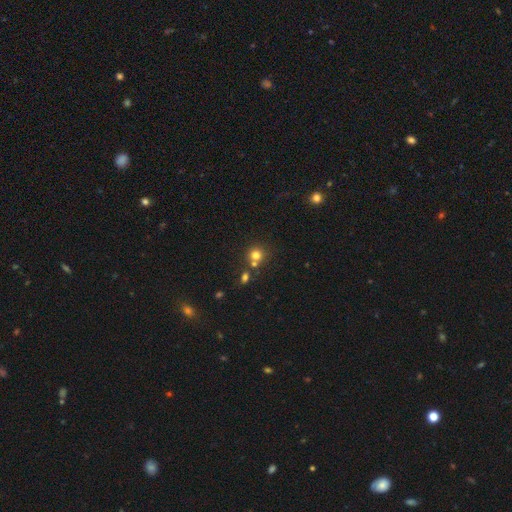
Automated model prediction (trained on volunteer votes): Smooth or featured: smooth — 75% (star or artifact — 16%)
How rounded: round — 88% (in between — 11%)
Merging: none — 59% (merger — 29%)